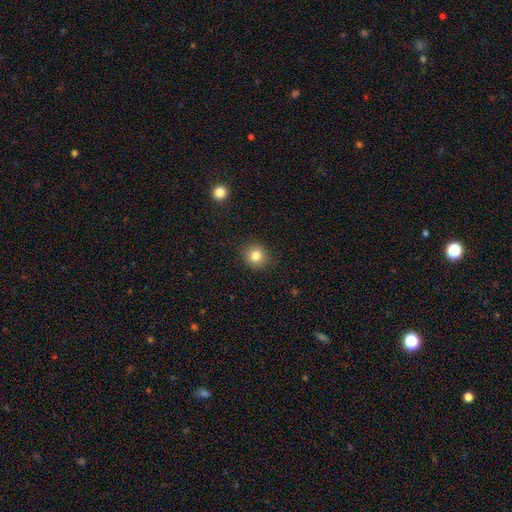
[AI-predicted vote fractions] Q: Smooth or featured?
A: smooth (82%); runner-up: star or artifact (11%)
Q: How rounded?
A: round (91%); runner-up: in between (8%)
Q: Merging?
A: none (91%); runner-up: minor disturbance (6%)